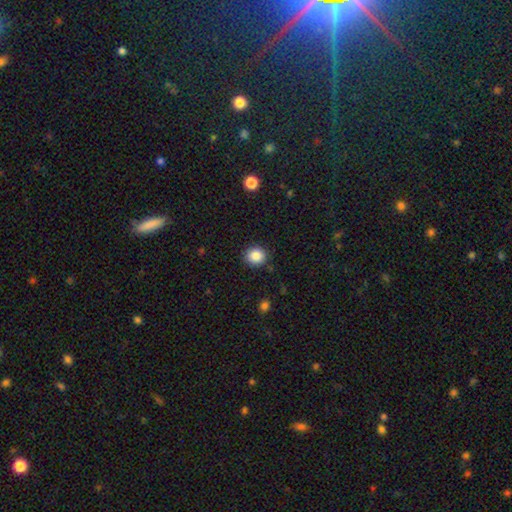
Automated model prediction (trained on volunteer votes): Q: Smooth or featured?
A: smooth (86%); runner-up: star or artifact (10%)
Q: How rounded?
A: round (86%); runner-up: in between (13%)
Q: Merging?
A: none (89%); runner-up: minor disturbance (7%)